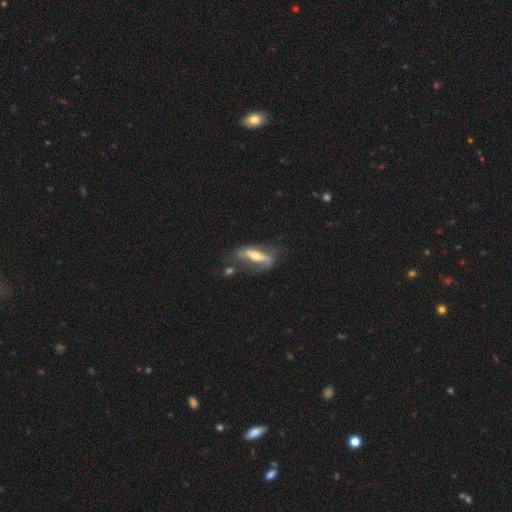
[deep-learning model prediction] Smooth or featured? featured or disk (62%)
Edge-on disk? no (57%)
Merging? none (47%)